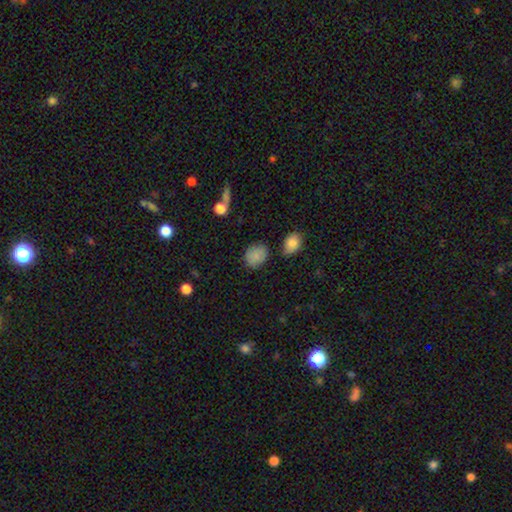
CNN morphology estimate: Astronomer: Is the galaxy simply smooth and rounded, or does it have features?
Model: smooth — 82%.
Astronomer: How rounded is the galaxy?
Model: round — 57% (runner-up: in between, 42%).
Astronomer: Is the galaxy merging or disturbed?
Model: none — 71%.